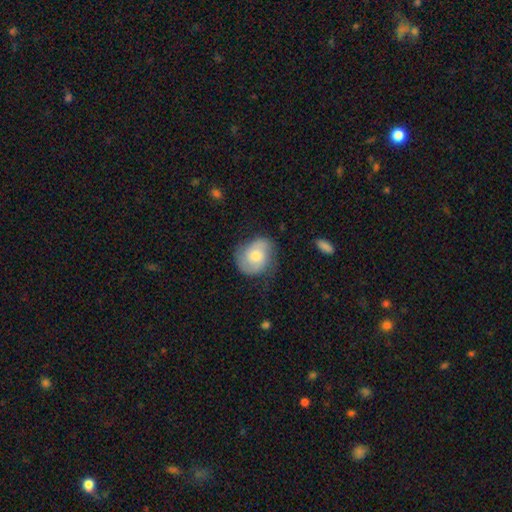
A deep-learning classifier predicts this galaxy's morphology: featured or disk 53%, smooth 40%, star or artifact 7%. Down the decision tree: edge-on disk — no (97%); bar — no (67%); spiral arms — yes (87%); bulge size — moderate (61%); merging — none (65%).